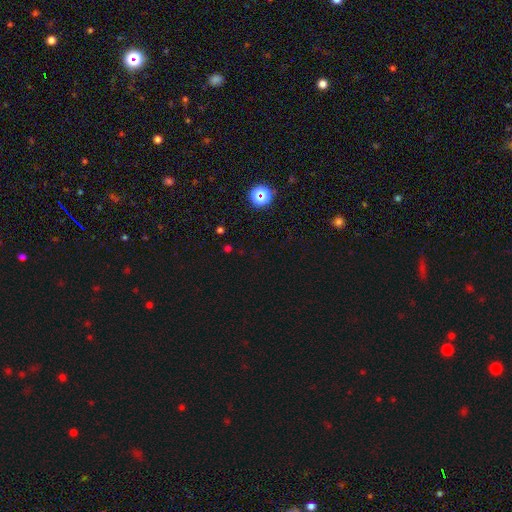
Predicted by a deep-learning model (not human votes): This is likely a star or artifact rather than a galaxy (69%).